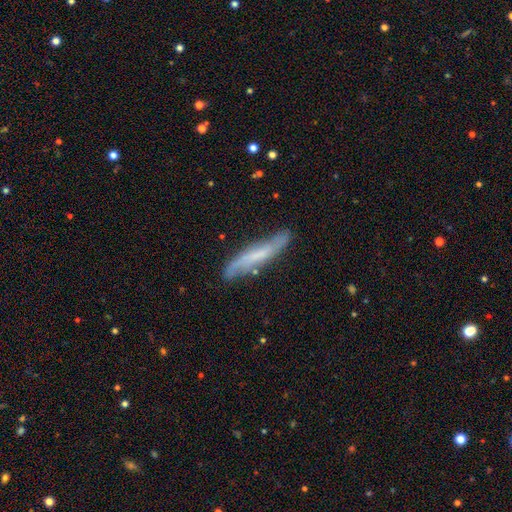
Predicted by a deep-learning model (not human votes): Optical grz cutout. It shows a featured or disk galaxy (55%) viewed edge-on (57%). Merging: none (73%).